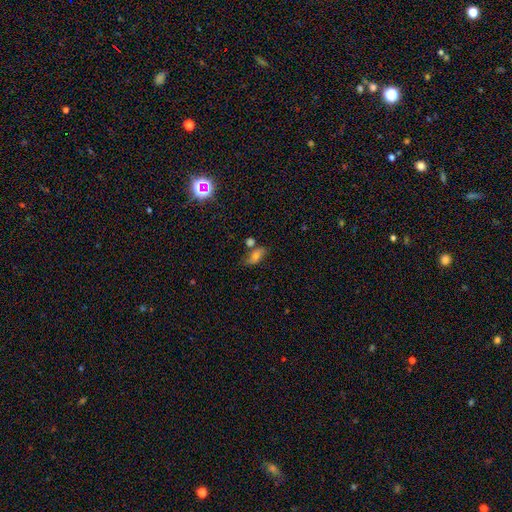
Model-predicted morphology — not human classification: smooth 59%, featured or disk 27%, star or artifact 14%. Down the decision tree: how rounded — in between (84%); merging — none (56%).